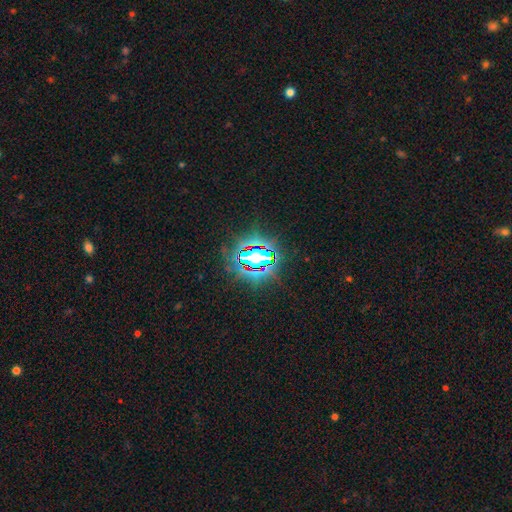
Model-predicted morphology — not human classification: Smooth or featured?
  - star or artifact: 81% *
  - smooth: 11%
  - featured or disk: 8%